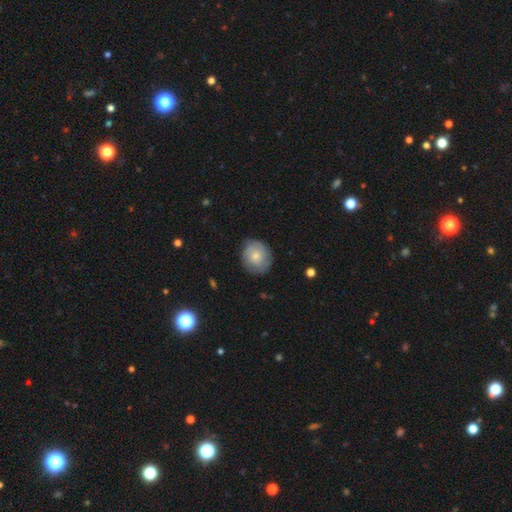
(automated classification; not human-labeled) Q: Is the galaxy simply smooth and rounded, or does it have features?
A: smooth — 70%.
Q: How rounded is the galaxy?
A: round — 75%.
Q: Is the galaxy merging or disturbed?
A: none — 78%.